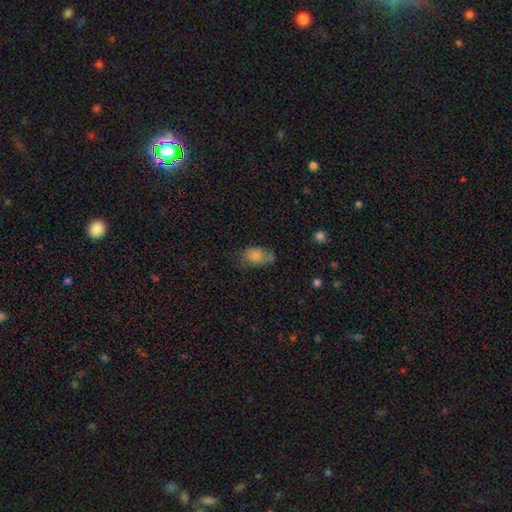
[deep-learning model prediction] Smooth or featured: smooth — 67% (featured or disk — 24%)
How rounded: in between — 88% (round — 11%)
Merging: none — 47% (minor disturbance — 32%)